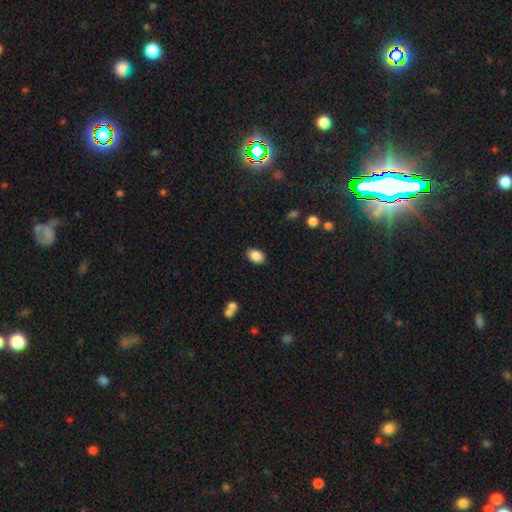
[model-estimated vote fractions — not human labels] Smooth or featured?
  - smooth: 88% *
  - star or artifact: 8%
  - featured or disk: 5%
How rounded?
  - in between: 89% *
  - round: 10%
  - cigar-shaped: 1%
Merging?
  - none: 86% *
  - minor disturbance: 10%
  - major disturbance: 2%
  - merger: 2%